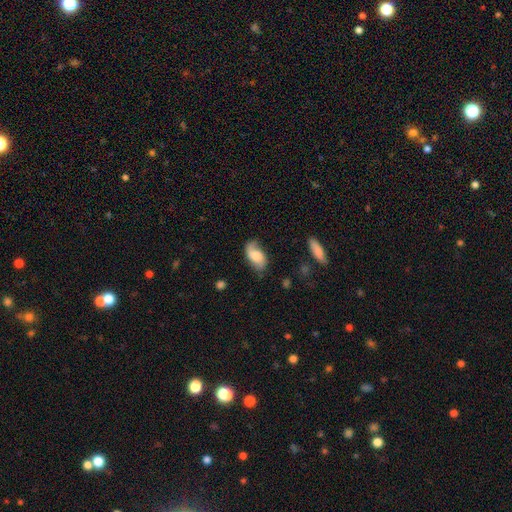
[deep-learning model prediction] Q: Smooth or featured?
A: smooth (48%); runner-up: featured or disk (45%)
Q: Merging?
A: none (63%); runner-up: minor disturbance (26%)